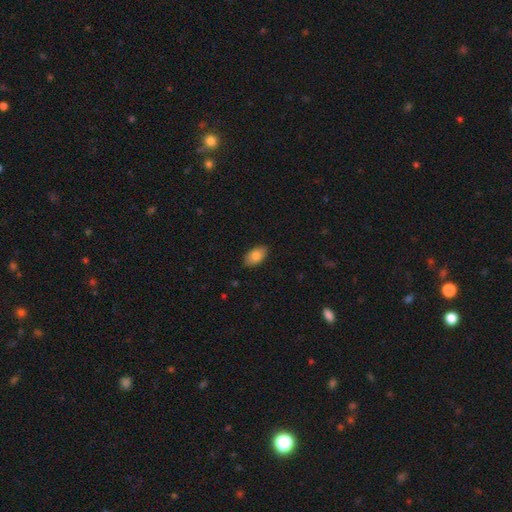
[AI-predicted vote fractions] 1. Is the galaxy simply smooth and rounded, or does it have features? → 82% smooth, 11% featured or disk, 7% star or artifact.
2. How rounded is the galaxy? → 92% in between, 6% round, 2% cigar-shaped.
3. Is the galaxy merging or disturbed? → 85% none, 12% minor disturbance, 2% major disturbance, 1% merger.